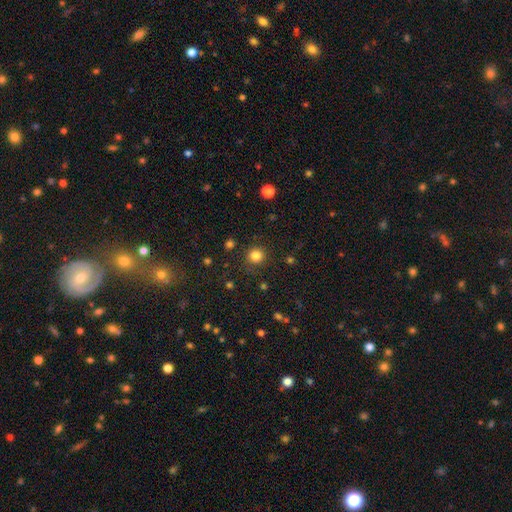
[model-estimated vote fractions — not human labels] Smooth or featured? smooth (82%)
How rounded? round (93%)
Merging? none (88%)